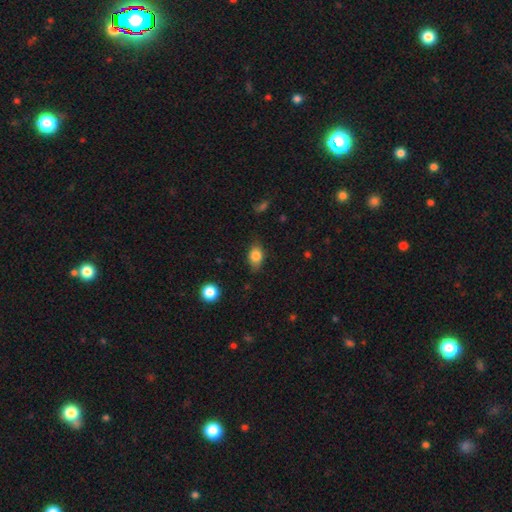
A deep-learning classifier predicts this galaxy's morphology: A smooth galaxy with no disk features (81%) that is in between round and cigar-shaped (75%). Merging: none (73%).